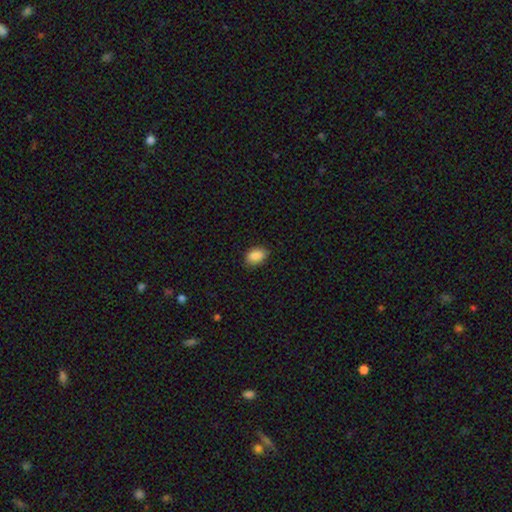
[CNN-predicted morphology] type=smooth (89%); roundness=in between (87%); merging=none (82%).